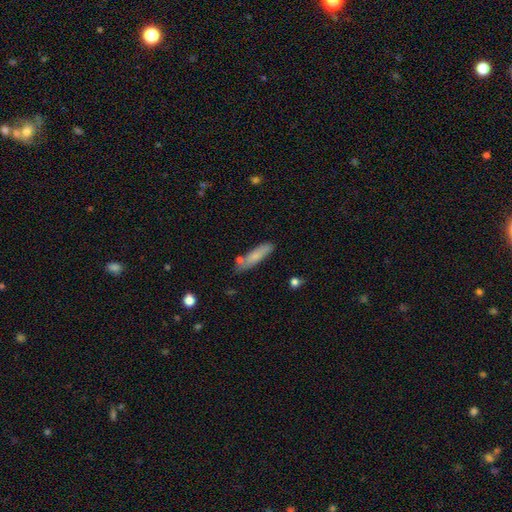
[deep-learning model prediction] A smooth galaxy with no disk features (75%) that is cigar-shaped (75%).

Vote fractions:
- Smooth or featured? smooth: 75% / featured or disk: 19% / star or artifact: 6%
- How rounded? cigar-shaped: 75% / in between: 24% / round: 2%
- Merging? none: 72% / minor disturbance: 17% / merger: 7% / major disturbance: 3%